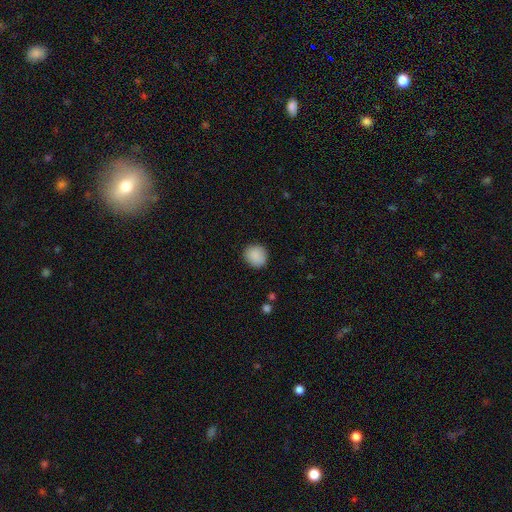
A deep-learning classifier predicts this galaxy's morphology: A smooth galaxy with no disk features (89%) that is round (84%). Merging: none (88%).